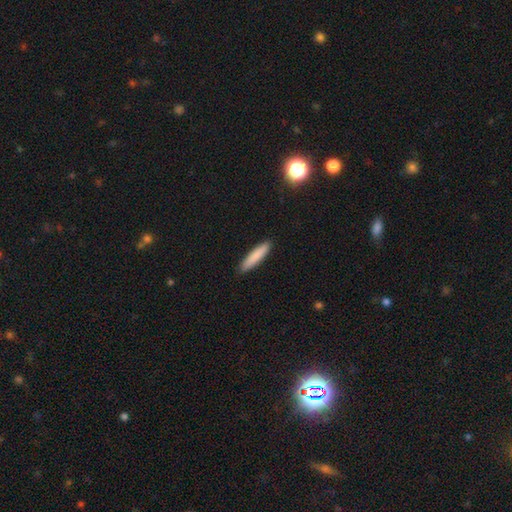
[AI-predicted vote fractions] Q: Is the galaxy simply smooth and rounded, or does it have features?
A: smooth — 84%.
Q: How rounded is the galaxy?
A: cigar-shaped — 87%.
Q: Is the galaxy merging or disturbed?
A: none — 90%.